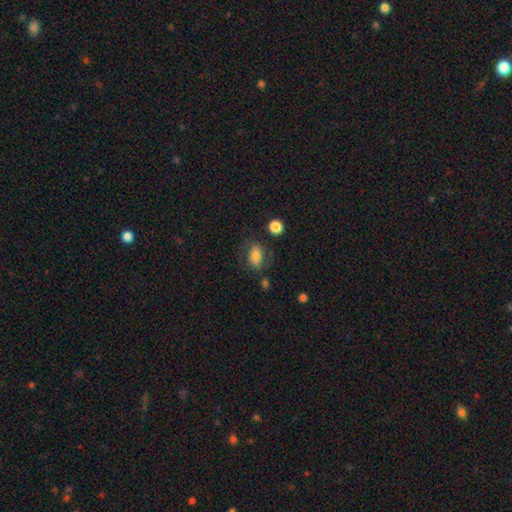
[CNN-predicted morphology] The model was most divided on "merging": none: 65%, minor disturbance: 19%, major disturbance: 11%, merger: 5%. More confident: how rounded — in between (85%); smooth or featured — smooth (73%).